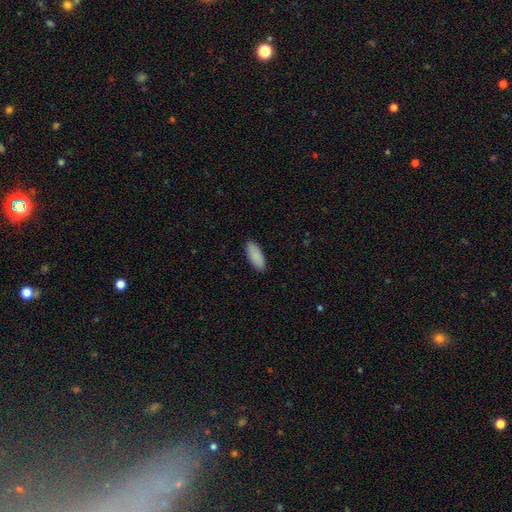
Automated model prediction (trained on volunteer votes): This appears to be a smooth galaxy with no disk features (90%) that is in between round and cigar-shaped (80%). Merging: none (89%).